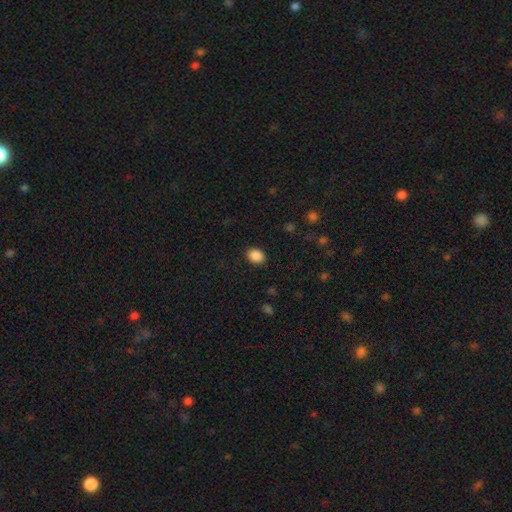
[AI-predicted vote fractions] A smooth galaxy with no disk features (88%) that is in between round and cigar-shaped (63%). Merging: none (88%).